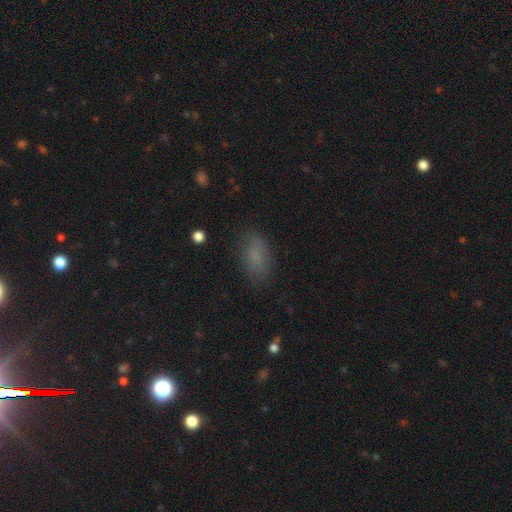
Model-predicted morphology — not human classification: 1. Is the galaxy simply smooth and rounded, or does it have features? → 76% smooth, 14% star or artifact, 10% featured or disk.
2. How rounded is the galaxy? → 89% in between, 6% round, 5% cigar-shaped.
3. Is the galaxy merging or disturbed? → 77% none, 16% minor disturbance, 5% major disturbance, 1% merger.